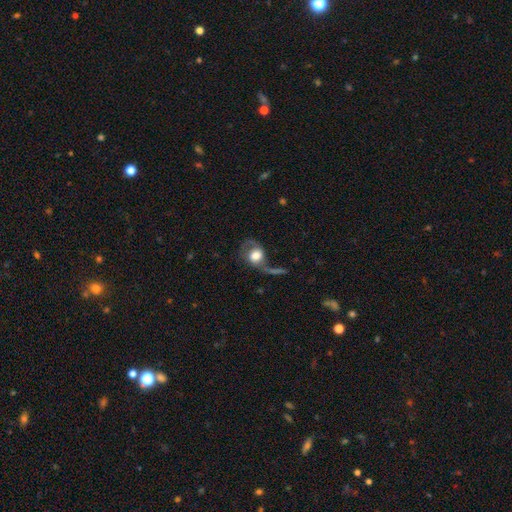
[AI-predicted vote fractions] Overall: featured or disk (53%; smooth 38%). Edge-on disk: no (95%). Bar: no (67%). Spiral arms: yes (76%). Bulge size: large (46%; moderate 33%). Merging: major disturbance (41%; none 30%).